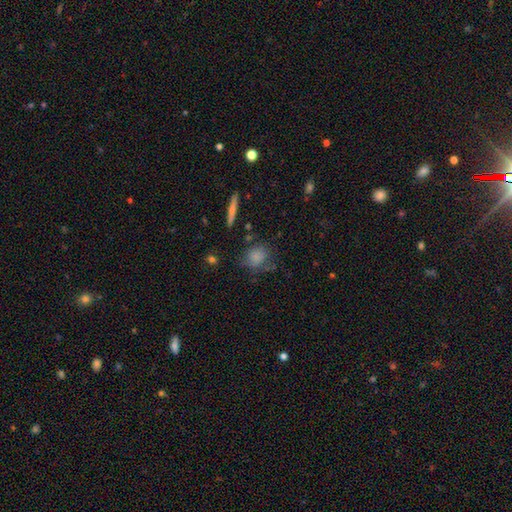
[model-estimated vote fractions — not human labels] smooth 77%, featured or disk 12%, star or artifact 11%. Down the decision tree: how rounded — round (65%); merging — none (65%).